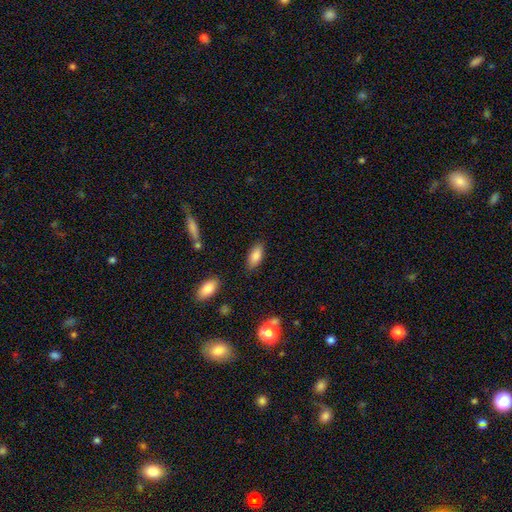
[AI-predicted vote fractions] A smooth galaxy with no disk features (84%) that is in between round and cigar-shaped (83%).

Vote fractions:
- Smooth or featured? smooth: 84% / featured or disk: 8% / star or artifact: 7%
- How rounded? in between: 83% / cigar-shaped: 14% / round: 2%
- Merging? none: 84% / minor disturbance: 11% / major disturbance: 3% / merger: 2%